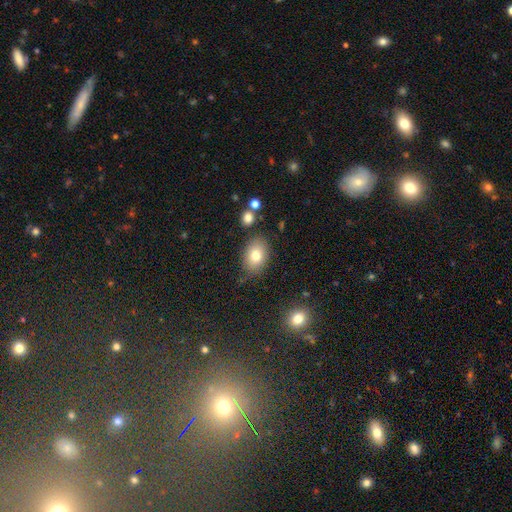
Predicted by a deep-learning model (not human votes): smooth 77%, featured or disk 14%, star or artifact 10%. Down the decision tree: how rounded — in between (78%); merging — none (79%).